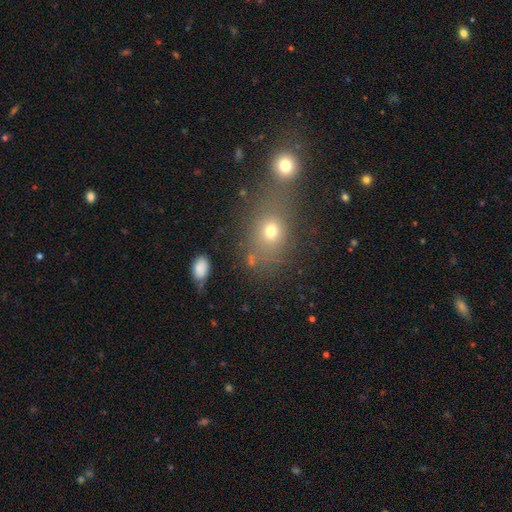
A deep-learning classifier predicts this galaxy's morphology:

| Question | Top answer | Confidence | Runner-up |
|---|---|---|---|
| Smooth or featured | smooth | 61% | star or artifact (24%) |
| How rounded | round | 50% | in between (48%) |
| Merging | none | 57% | merger (24%) |